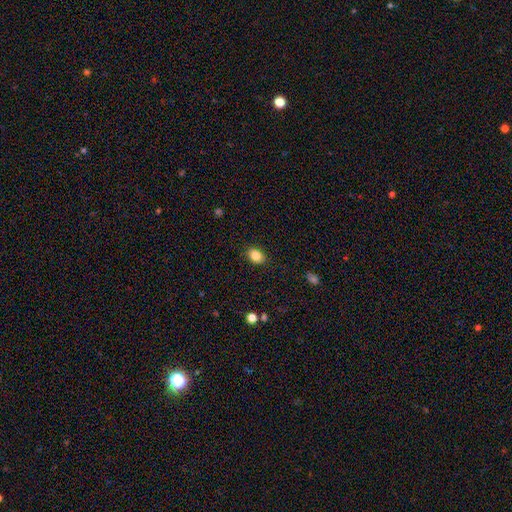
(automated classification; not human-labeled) smooth 85%, star or artifact 9%, featured or disk 5%. Down the decision tree: how rounded — in between (65%); merging — none (88%).